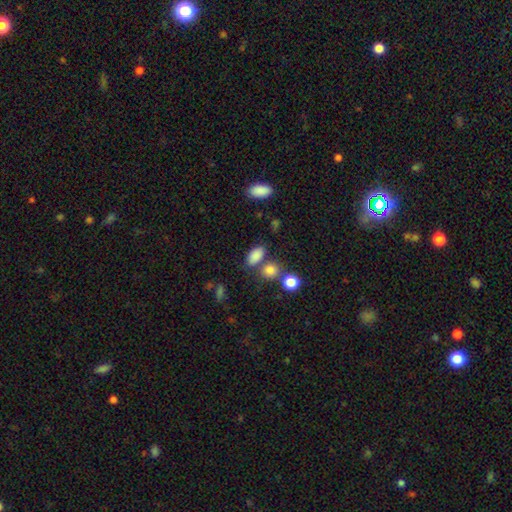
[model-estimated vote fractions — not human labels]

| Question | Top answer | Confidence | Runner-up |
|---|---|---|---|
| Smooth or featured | smooth | 84% | star or artifact (10%) |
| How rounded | in between | 85% | round (12%) |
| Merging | none | 64% | merger (16%) |